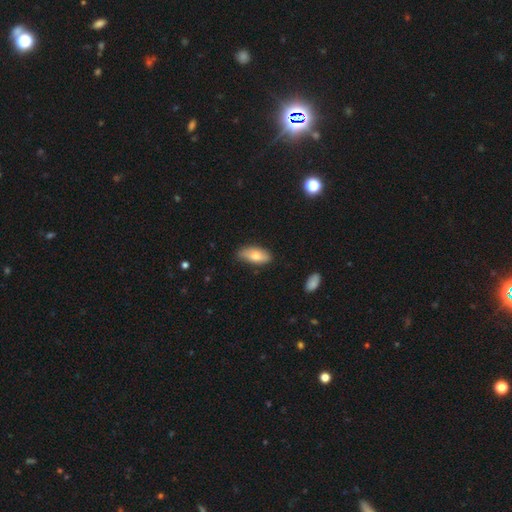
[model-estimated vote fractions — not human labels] Smooth or featured? Predicted: smooth (p=0.73). How rounded? Predicted: in between (p=0.86). Merging? Predicted: none (p=0.78).